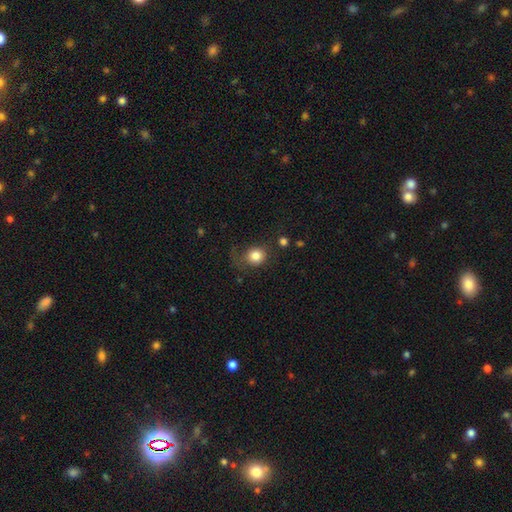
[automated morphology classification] type=smooth (82%); roundness=round (77%); merging=none (62%).